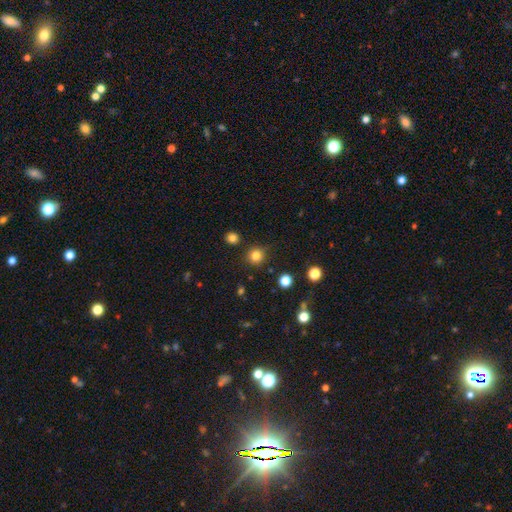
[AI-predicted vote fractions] Smooth or featured? smooth (82%)
How rounded? round (92%)
Merging? none (88%)